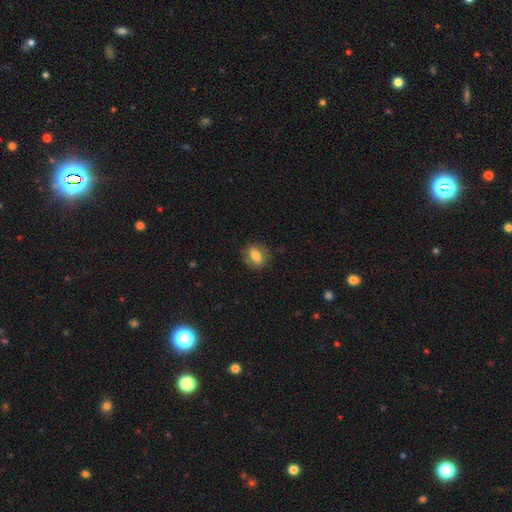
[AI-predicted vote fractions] The model was most divided on "how rounded": in between: 63%, round: 34%, cigar-shaped: 4%. More confident: merging — none (81%); smooth or featured — smooth (76%).